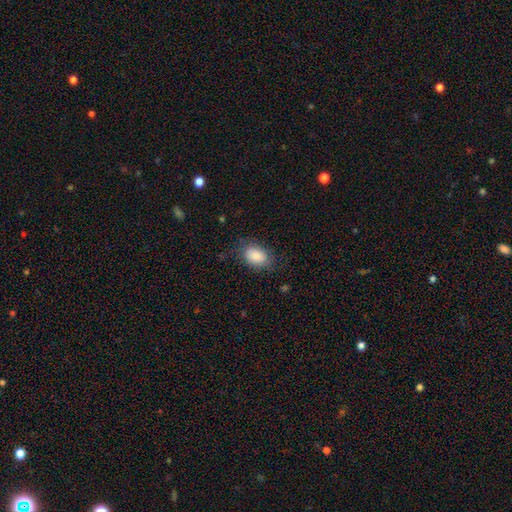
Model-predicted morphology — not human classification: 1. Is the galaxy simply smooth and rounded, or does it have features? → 84% smooth, 8% featured or disk, 7% star or artifact.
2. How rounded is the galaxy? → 84% in between, 14% round, 1% cigar-shaped.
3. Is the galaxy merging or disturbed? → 74% none, 19% minor disturbance, 7% major disturbance, 1% merger.